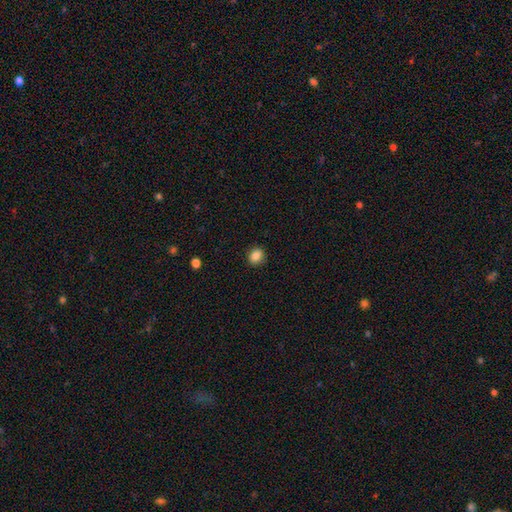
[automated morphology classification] smooth_or_featured: smooth (p=0.86) [alt: star or artifact p=0.10]
how_rounded: round (p=0.59) [alt: in between p=0.40]
merging: none (p=0.87) [alt: minor disturbance p=0.09]